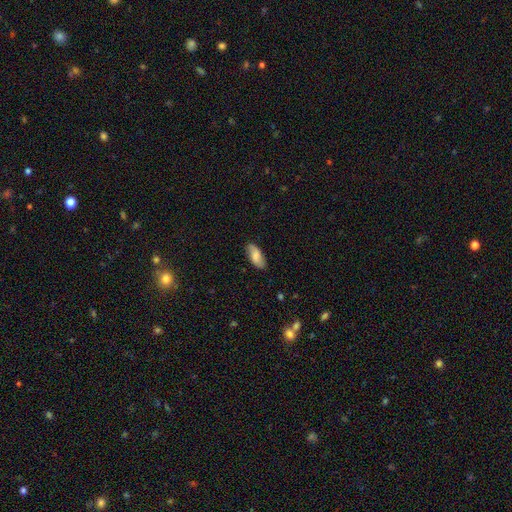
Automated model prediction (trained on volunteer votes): Q: Smooth or featured?
A: smooth (68%); runner-up: featured or disk (25%)
Q: How rounded?
A: in between (86%); runner-up: cigar-shaped (12%)
Q: Merging?
A: none (83%); runner-up: minor disturbance (13%)